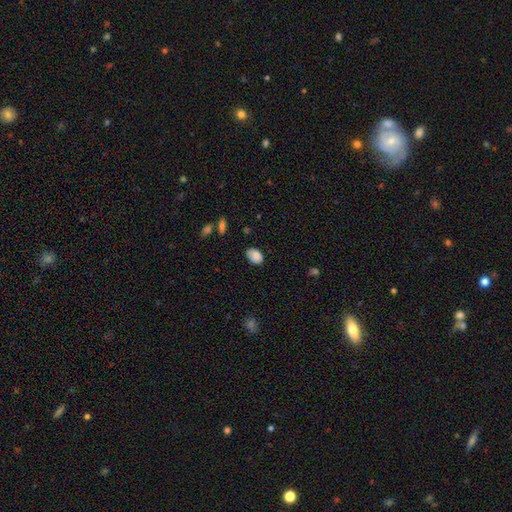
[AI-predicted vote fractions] Q: Smooth or featured?
A: smooth (85%); runner-up: star or artifact (8%)
Q: How rounded?
A: in between (84%); runner-up: round (15%)
Q: Merging?
A: none (69%); runner-up: minor disturbance (24%)